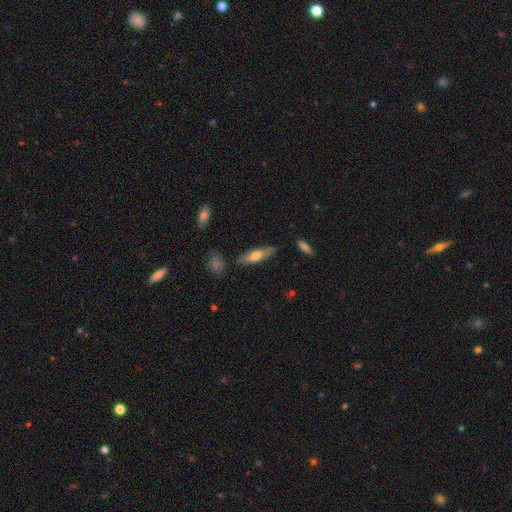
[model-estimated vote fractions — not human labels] Smooth or featured? smooth (64%)
How rounded? cigar-shaped (57%)
Merging? none (82%)